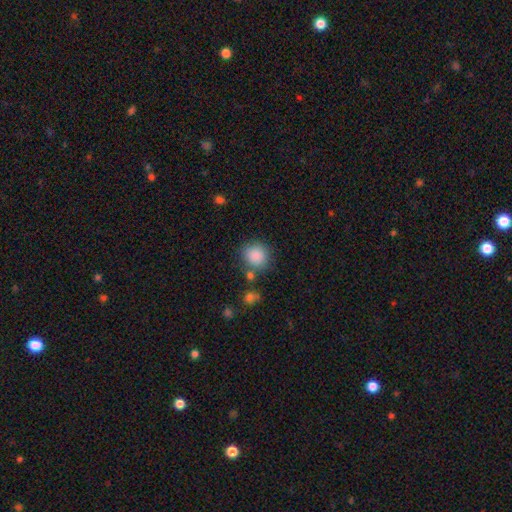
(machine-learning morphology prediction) smooth 87%, star or artifact 9%, featured or disk 4%. Down the decision tree: how rounded — round (84%); merging — none (76%).